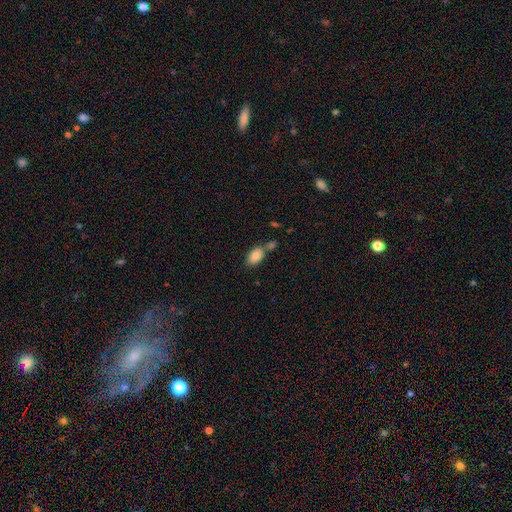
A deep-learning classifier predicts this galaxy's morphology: smooth-or-featured: smooth: 86% | star or artifact: 8% | featured or disk: 7%
  how-rounded: in between: 91% | round: 7% | cigar-shaped: 2%
  merging: none: 52% | merger: 31% | minor disturbance: 13% | major disturbance: 4%